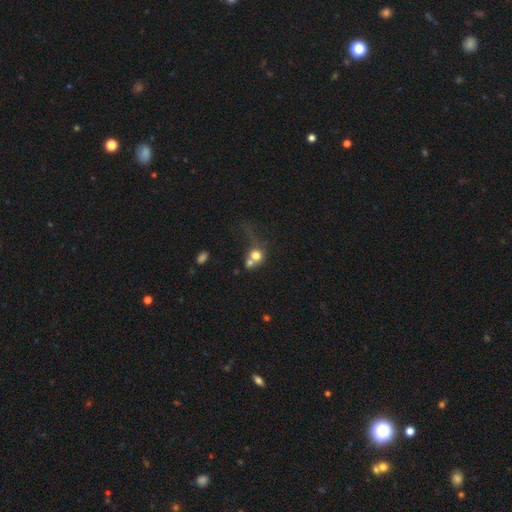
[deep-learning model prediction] This appears to be a smooth galaxy with no disk features (69%) that is round (76%). Merging: merger (49%).